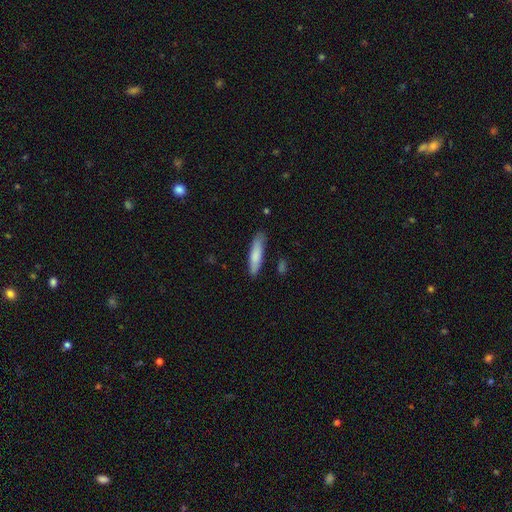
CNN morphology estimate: Smooth or featured? smooth (79%)
How rounded? cigar-shaped (81%)
Merging? none (83%)